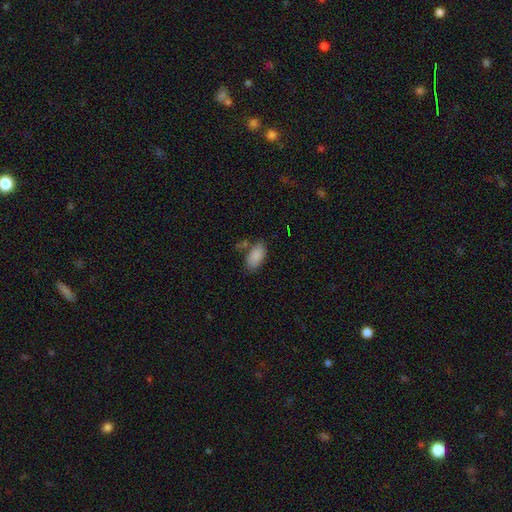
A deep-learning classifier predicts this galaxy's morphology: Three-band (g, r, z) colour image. It shows a smooth galaxy with no disk features (88%) that is in between round and cigar-shaped (94%). Merging: none (71%).